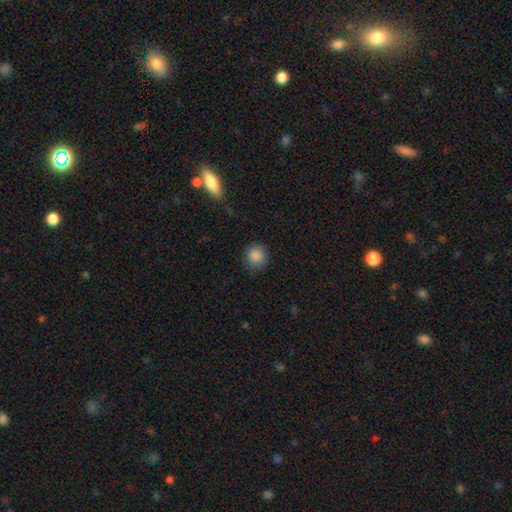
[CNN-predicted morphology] This appears to be a smooth galaxy with no disk features (87%) that is round (91%). Merging: none (88%).